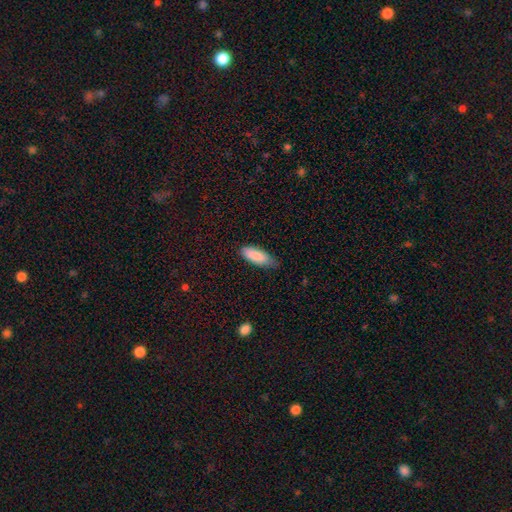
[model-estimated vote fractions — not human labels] smooth 87%, featured or disk 6%, star or artifact 6%. Down the decision tree: how rounded — in between (68%); merging — none (67%).